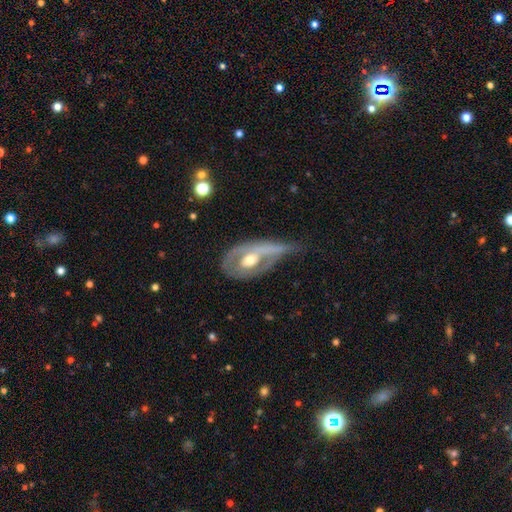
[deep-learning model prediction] The model was most divided on "spiral arms": no: 52%, yes: 48%. Remaining: edge-on disk — no (84%); bulge size — moderate (72%); smooth or featured — featured or disk (65%); bar — no (58%); merging — major disturbance (45%).